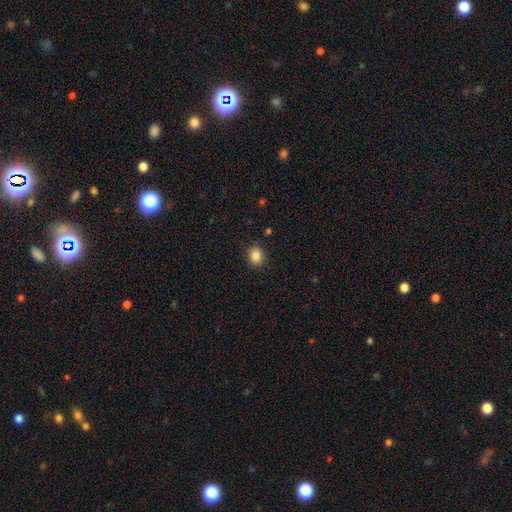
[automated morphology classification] Smooth or featured?
  - smooth: 86% *
  - star or artifact: 10%
  - featured or disk: 4%
How rounded?
  - round: 54% *
  - in between: 45%
  - cigar-shaped: 1%
Merging?
  - none: 87% *
  - minor disturbance: 9%
  - major disturbance: 2%
  - merger: 1%